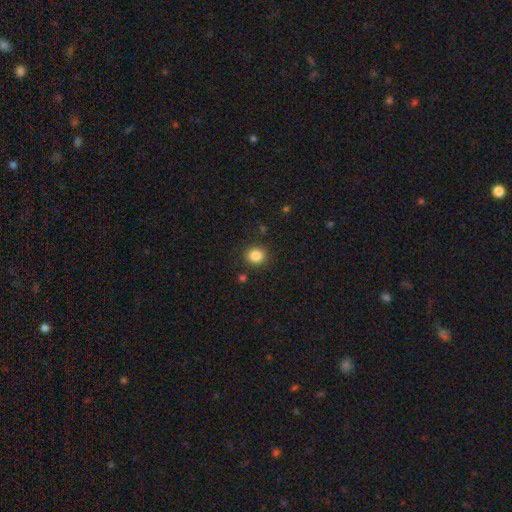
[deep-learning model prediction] smooth_or_featured: smooth (p=0.85) [alt: star or artifact p=0.11]
how_rounded: round (p=0.87) [alt: in between p=0.12]
merging: none (p=0.88) [alt: minor disturbance p=0.07]